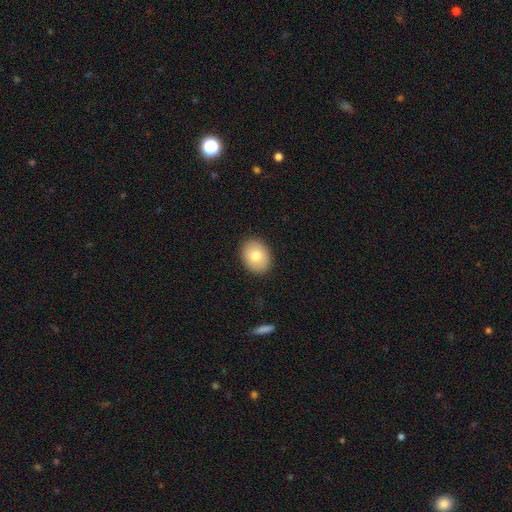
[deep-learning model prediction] Smooth or featured?
  - smooth: 79% *
  - featured or disk: 13%
  - star or artifact: 8%
How rounded?
  - in between: 59% *
  - round: 40%
  - cigar-shaped: 1%
Merging?
  - none: 90% *
  - minor disturbance: 7%
  - major disturbance: 2%
  - merger: 1%